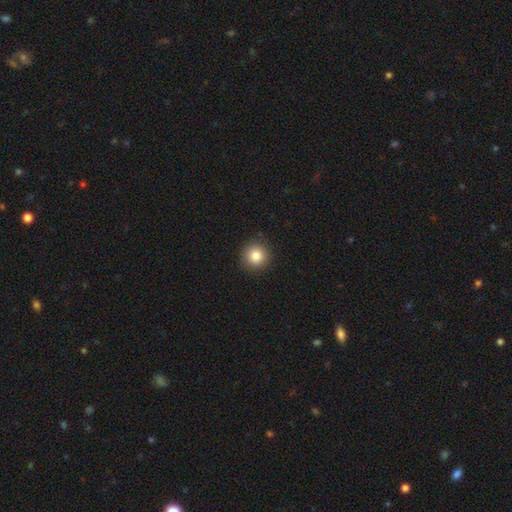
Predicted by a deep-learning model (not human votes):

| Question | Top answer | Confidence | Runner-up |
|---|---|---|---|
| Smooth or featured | smooth | 84% | star or artifact (10%) |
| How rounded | round | 94% | in between (5%) |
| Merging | none | 91% | minor disturbance (6%) |